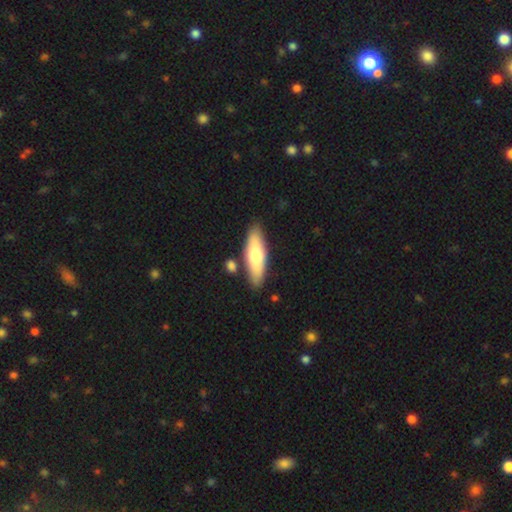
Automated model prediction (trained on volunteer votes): The model was most divided on "how rounded": cigar-shaped: 53%, in between: 45%, round: 2%. More confident: merging — none (83%); smooth or featured — smooth (67%).